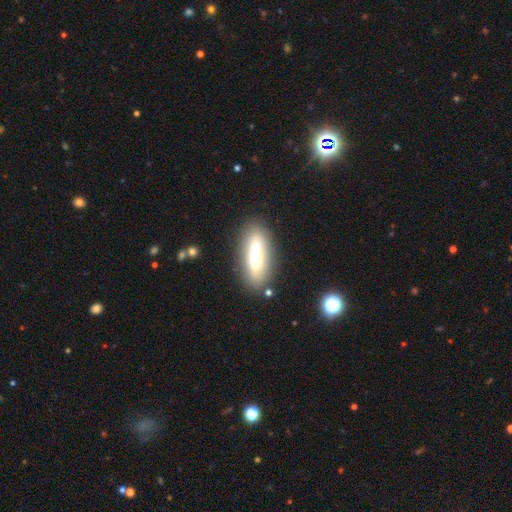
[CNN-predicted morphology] type=smooth (52%); roundness=cigar-shaped (53%); merging=none (78%).